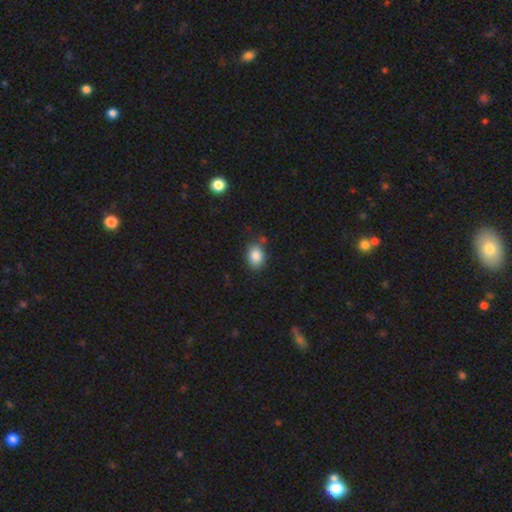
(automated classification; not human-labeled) smooth 86%, star or artifact 9%, featured or disk 5%. Down the decision tree: how rounded — in between (63%); merging — none (77%).